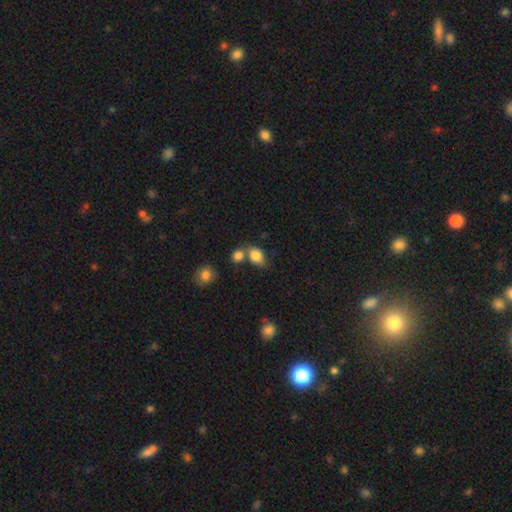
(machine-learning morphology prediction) This is clearly a smooth galaxy (83%). How rounded: likely in between (66%). Merging: possibly none (48%).